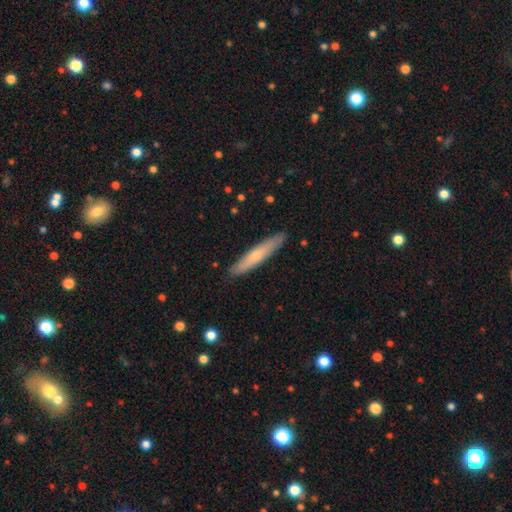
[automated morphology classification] This appears to be a smooth galaxy with no disk features (59%) that is cigar-shaped (91%). Merging: none (89%).